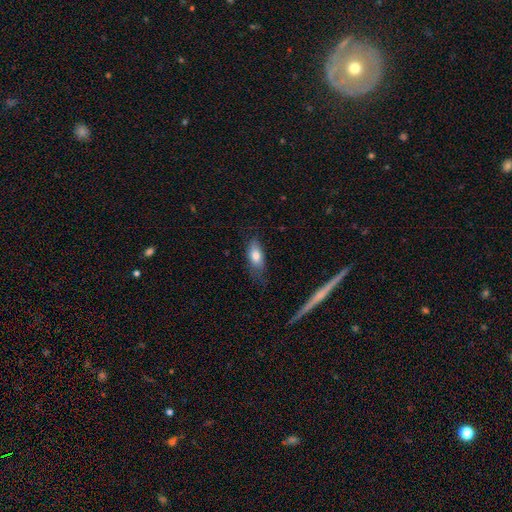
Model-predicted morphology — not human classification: Smooth or featured? Predicted: smooth (p=0.76). How rounded? Predicted: in between (p=0.82). Merging? Predicted: none (p=0.64).